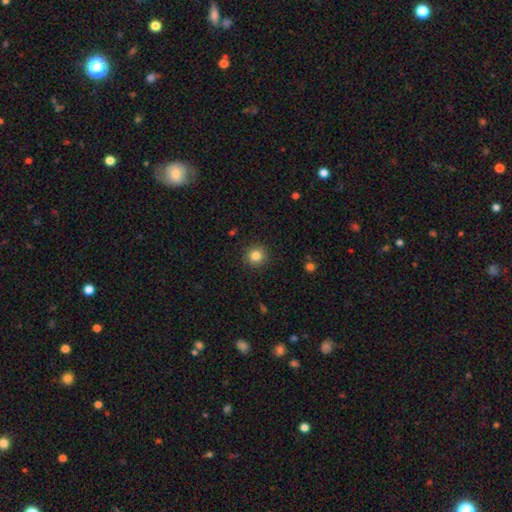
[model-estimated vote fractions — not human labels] The model was most divided on "smooth or featured": smooth: 83%, star or artifact: 11%, featured or disk: 6%. More confident: how rounded — round (93%); merging — none (91%).